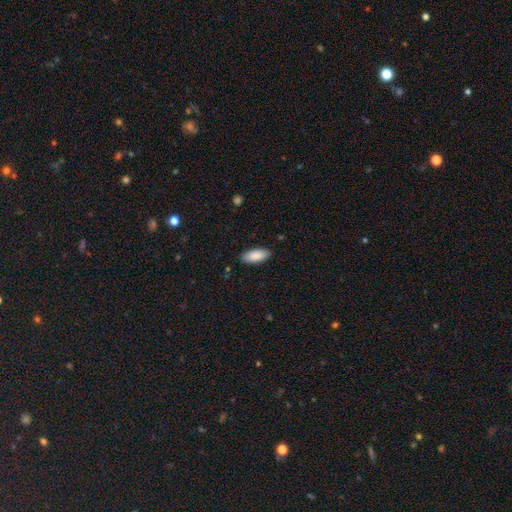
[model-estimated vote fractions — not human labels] Morphology: type=smooth (89%); roundness=in between (86%); merging=none (88%).